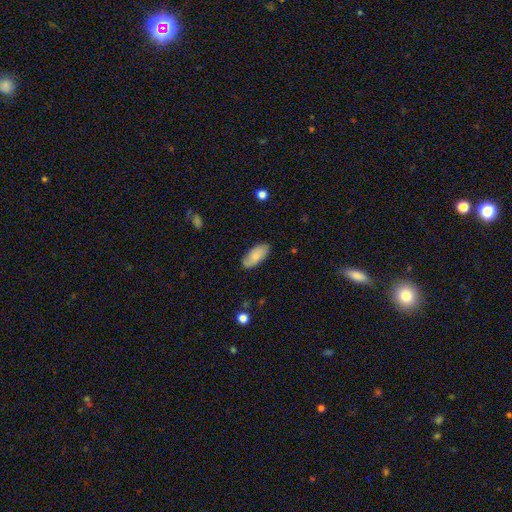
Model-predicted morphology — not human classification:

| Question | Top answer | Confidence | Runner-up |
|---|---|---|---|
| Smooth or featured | smooth | 82% | featured or disk (12%) |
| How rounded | in between | 89% | cigar-shaped (9%) |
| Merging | none | 82% | minor disturbance (14%) |